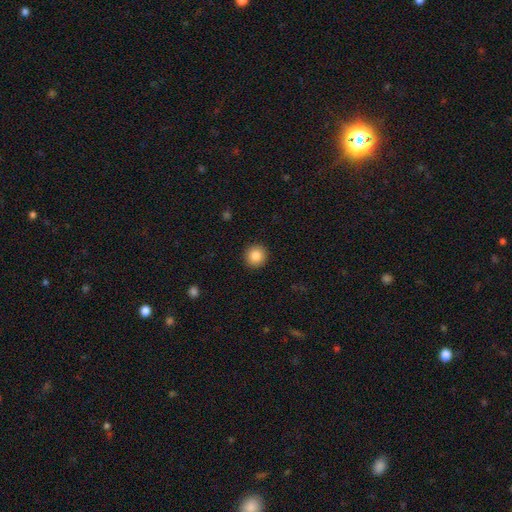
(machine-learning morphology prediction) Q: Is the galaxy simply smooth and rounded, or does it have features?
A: smooth — 85%.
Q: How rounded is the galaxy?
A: round — 93%.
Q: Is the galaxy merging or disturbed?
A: none — 92%.